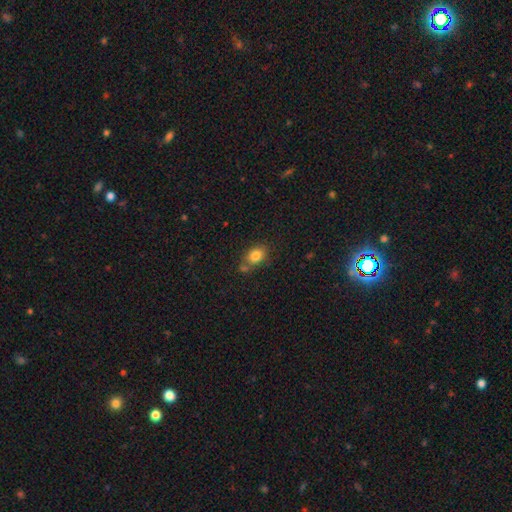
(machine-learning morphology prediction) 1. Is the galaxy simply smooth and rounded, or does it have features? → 81% smooth, 10% star or artifact, 9% featured or disk.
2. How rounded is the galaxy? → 65% in between, 34% round, 1% cigar-shaped.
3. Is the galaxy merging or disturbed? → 61% none, 18% merger, 17% minor disturbance, 5% major disturbance.